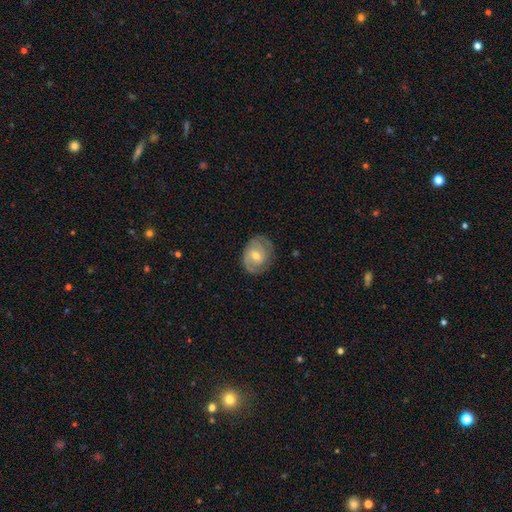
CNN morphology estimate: Q: Smooth or featured?
A: featured or disk (71%); runner-up: smooth (23%)
Q: Edge-on disk?
A: no (97%); runner-up: yes (3%)
Q: Bar?
A: weak (47%); runner-up: no (43%)
Q: Spiral arms?
A: yes (90%); runner-up: no (10%)
Q: Spiral winding?
A: tight (51%); runner-up: medium (38%)
Q: Spiral arm count?
A: 2 (64%); runner-up: can't tell (18%)
Q: Bulge size?
A: moderate (53%); runner-up: small (43%)
Q: Merging?
A: none (75%); runner-up: minor disturbance (18%)